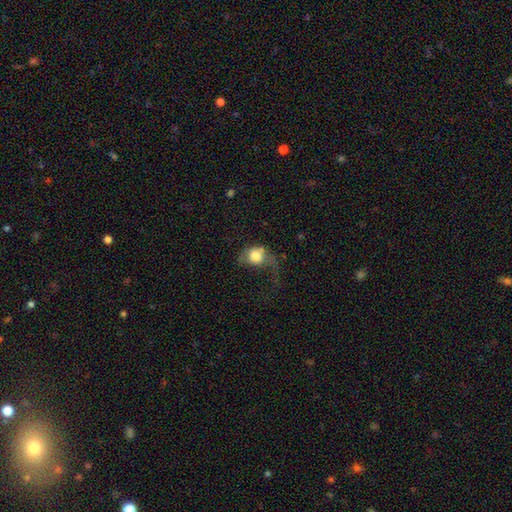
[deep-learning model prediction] This appears to be a smooth galaxy with no disk features (69%) that is round (60%). Merging: major disturbance (54%).